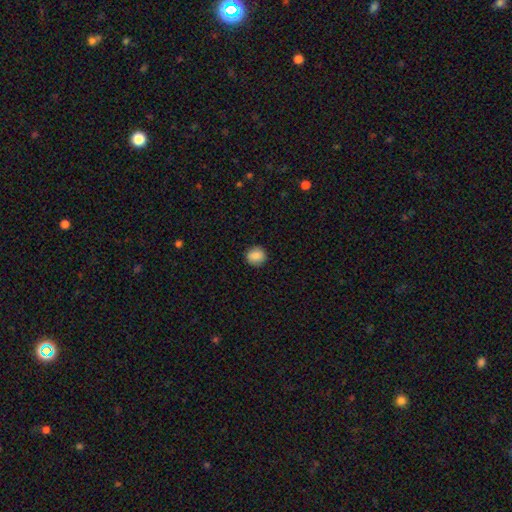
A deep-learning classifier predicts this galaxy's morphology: This is clearly a smooth galaxy (88%). How rounded: clearly round (82%). Merging: clearly none (90%).